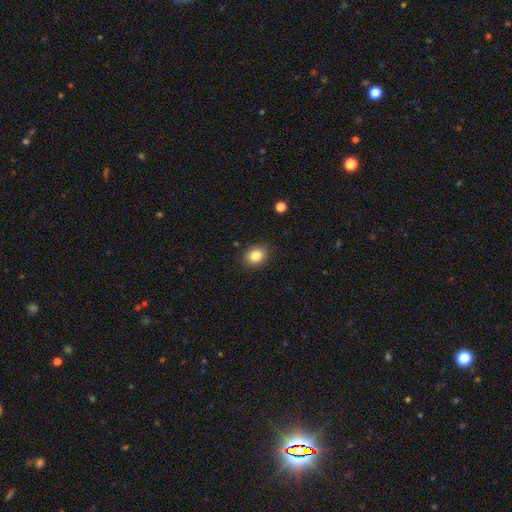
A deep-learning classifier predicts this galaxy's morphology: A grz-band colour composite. It shows a smooth galaxy with no disk features (83%) that is round (53%). Merging: none (87%).